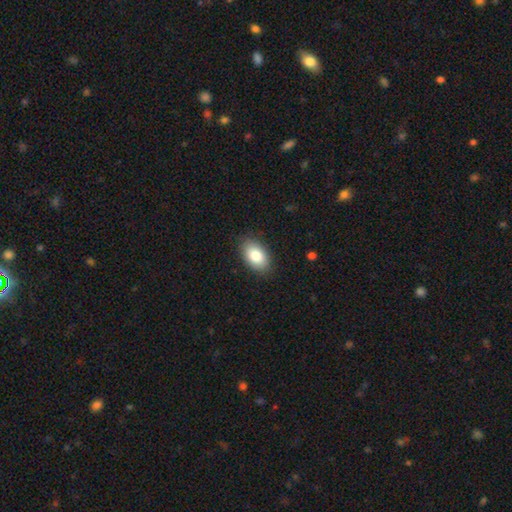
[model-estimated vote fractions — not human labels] A smooth galaxy with no disk features (84%) that is in between round and cigar-shaped (92%). Merging: none (87%).